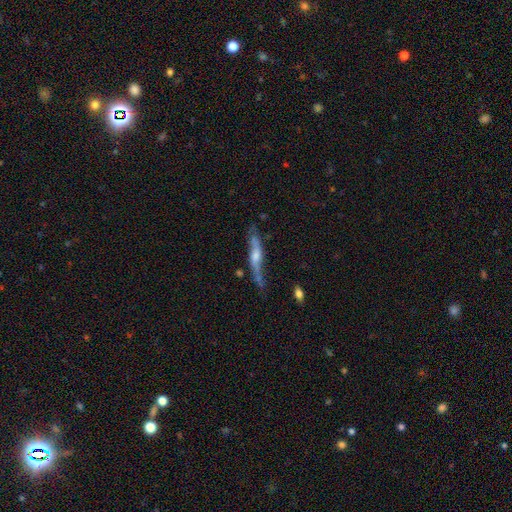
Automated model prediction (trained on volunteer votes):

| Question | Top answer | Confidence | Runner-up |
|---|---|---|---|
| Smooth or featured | featured or disk | 72% | smooth (21%) |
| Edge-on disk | yes | 81% | no (19%) |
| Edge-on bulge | rounded | 77% | none (12%) |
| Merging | none | 65% | minor disturbance (23%) |